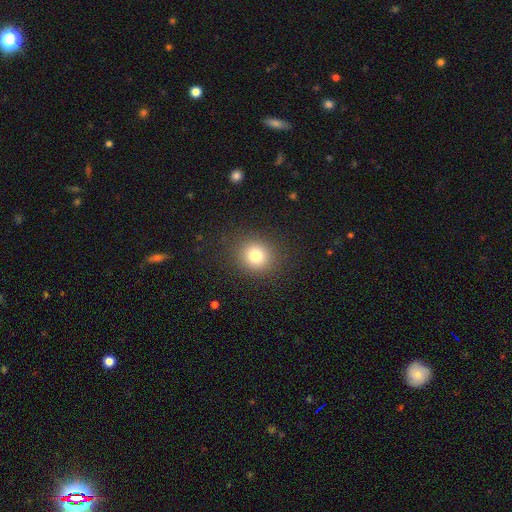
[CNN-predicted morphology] This is likely a smooth galaxy (80%). How rounded: clearly round (84%). Merging: clearly none (88%).